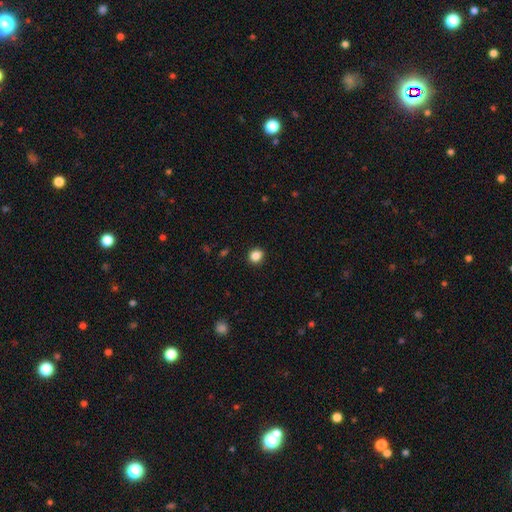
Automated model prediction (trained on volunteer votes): Smooth or featured: smooth — 86% (star or artifact — 10%)
How rounded: round — 80% (in between — 19%)
Merging: none — 91% (minor disturbance — 6%)